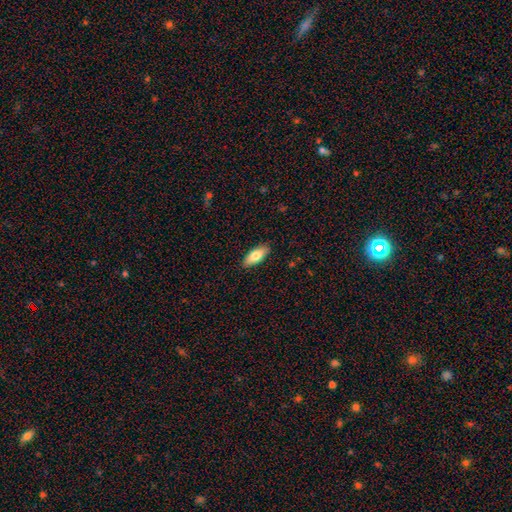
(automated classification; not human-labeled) This is likely a smooth galaxy (78%). How rounded: clearly in between (81%). Merging: clearly none (89%).